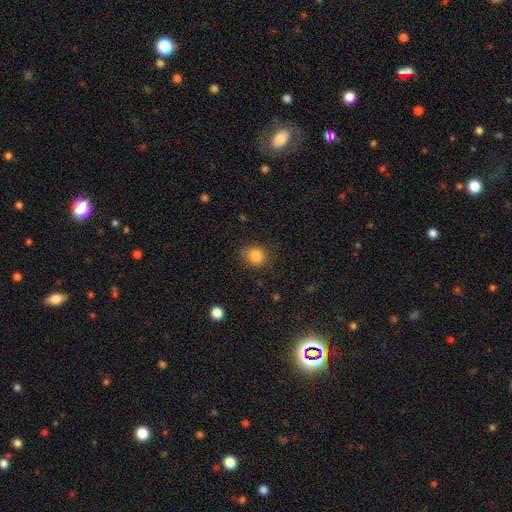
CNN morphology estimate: This is clearly a smooth galaxy (85%). How rounded: clearly round (81%). Merging: likely none (78%).